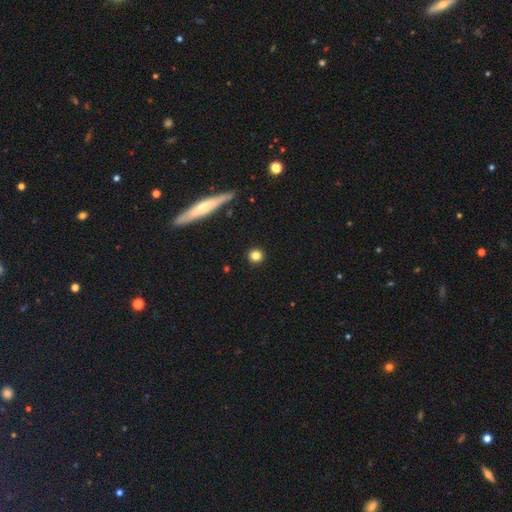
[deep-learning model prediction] This appears to be a smooth galaxy with no disk features (82%) that is round (94%). Merging: none (92%).